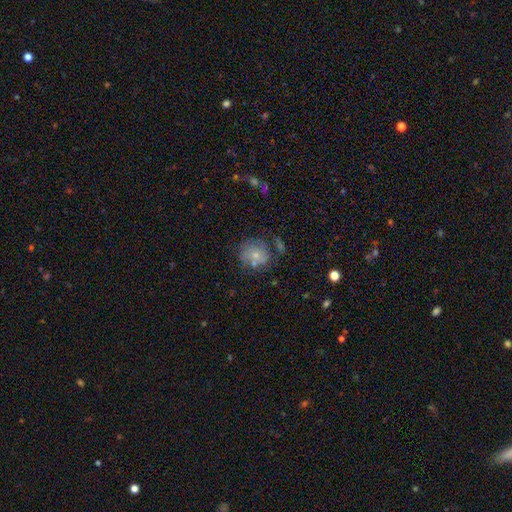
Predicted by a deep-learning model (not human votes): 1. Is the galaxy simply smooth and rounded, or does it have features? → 69% smooth, 22% featured or disk, 10% star or artifact.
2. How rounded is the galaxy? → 76% round, 23% in between, 1% cigar-shaped.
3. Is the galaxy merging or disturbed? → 57% none, 21% minor disturbance, 12% merger, 10% major disturbance.